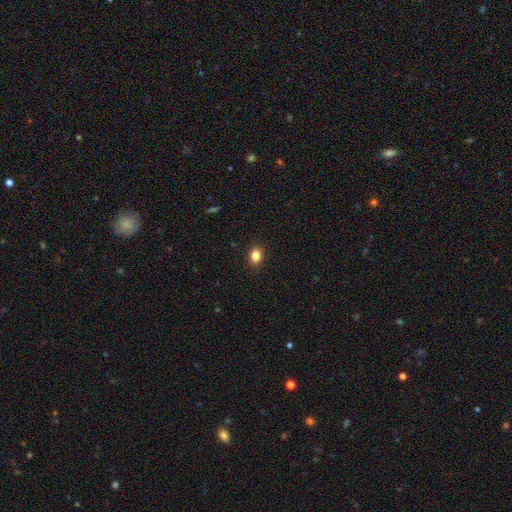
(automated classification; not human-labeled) A smooth galaxy with no disk features (84%) that is in between round and cigar-shaped (61%). Merging: none (89%).